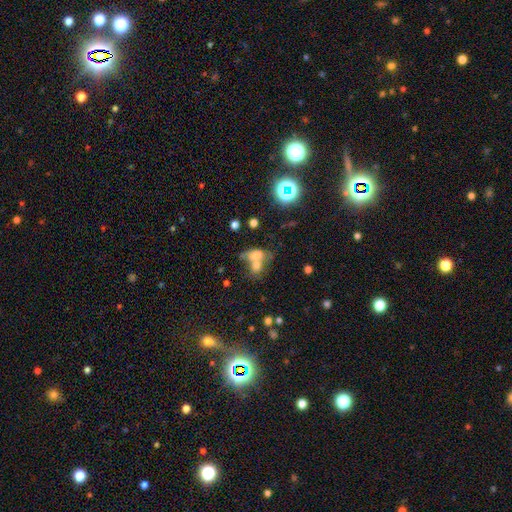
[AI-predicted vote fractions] A smooth galaxy with no disk features (62%) that is in between round and cigar-shaped (72%).

Vote fractions:
- Smooth or featured? smooth: 62% / featured or disk: 21% / star or artifact: 17%
- How rounded? in between: 72% / round: 24% / cigar-shaped: 4%
- Merging? merger: 63% / none: 20% / minor disturbance: 8% / major disturbance: 8%